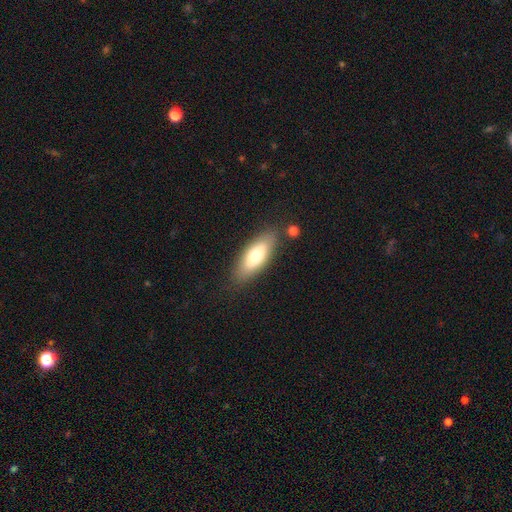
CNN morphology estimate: This is likely a smooth galaxy (71%). How rounded: likely in between (67%). Merging: likely none (79%).